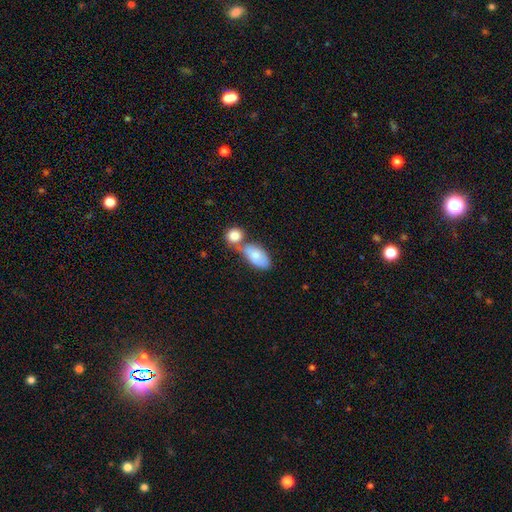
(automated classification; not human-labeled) smooth-or-featured: smooth: 77% | featured or disk: 17% | star or artifact: 6%
  how-rounded: in between: 90% | round: 6% | cigar-shaped: 4%
  merging: merger: 47% | none: 33% | minor disturbance: 14% | major disturbance: 6%